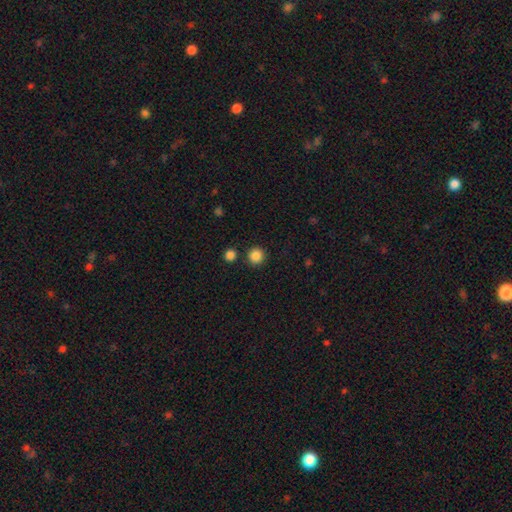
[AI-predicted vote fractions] This appears to be a smooth galaxy with no disk features (86%) that is round (95%). Merging: none (89%).